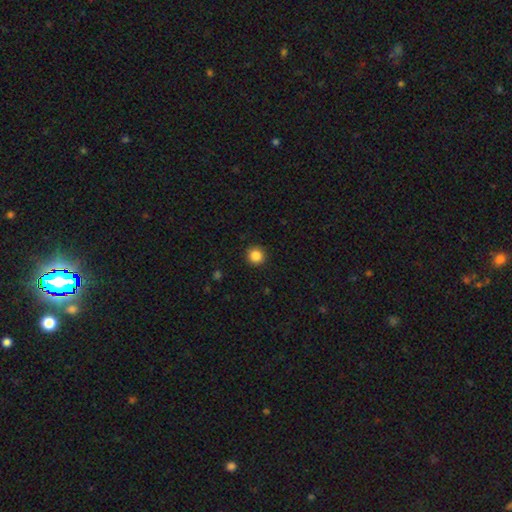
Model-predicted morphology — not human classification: smooth 86%, star or artifact 11%, featured or disk 3%. Down the decision tree: how rounded — round (95%); merging — none (92%).